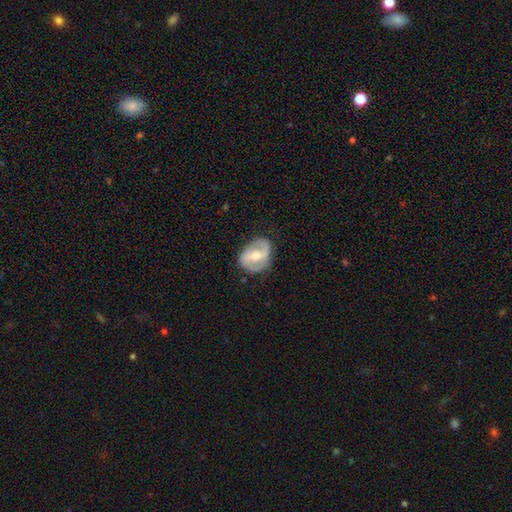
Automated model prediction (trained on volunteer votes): This is likely a featured or disk galaxy (76%). It is clearly not viewed edge-on (97%). Bar: marginally weak (41%). Spiral arm pattern: clearly yes (84%). Spiral arm count: clearly 2 (86%). Spiral winding: marginally medium (43%). Central bulge: likely moderate (62%). Merging: likely none (75%).